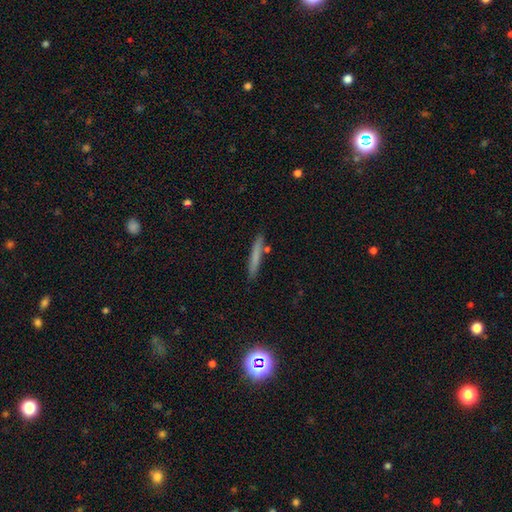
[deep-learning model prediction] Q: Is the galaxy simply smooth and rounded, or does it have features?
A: smooth — 70%.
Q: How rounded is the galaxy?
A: cigar-shaped — 95%.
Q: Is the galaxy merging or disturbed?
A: none — 87%.